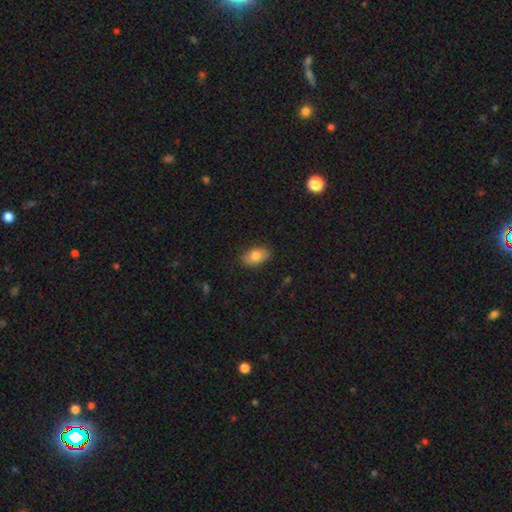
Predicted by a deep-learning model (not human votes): Morphology: type=smooth (81%); roundness=in between (92%); merging=none (86%).